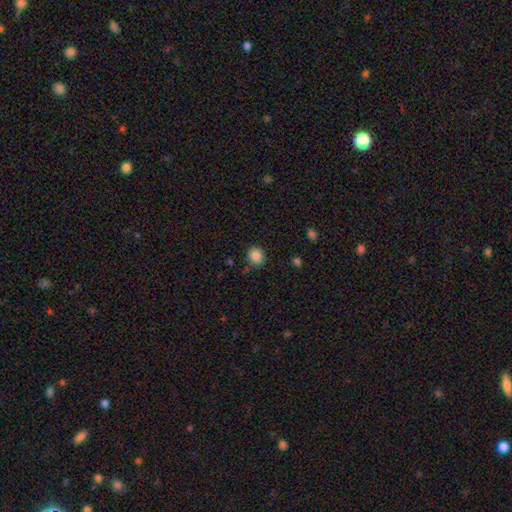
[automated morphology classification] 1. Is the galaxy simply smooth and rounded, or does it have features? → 85% smooth, 10% star or artifact, 5% featured or disk.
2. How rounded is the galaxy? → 85% round, 14% in between, 1% cigar-shaped.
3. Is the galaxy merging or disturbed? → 84% none, 11% minor disturbance, 3% major disturbance, 3% merger.